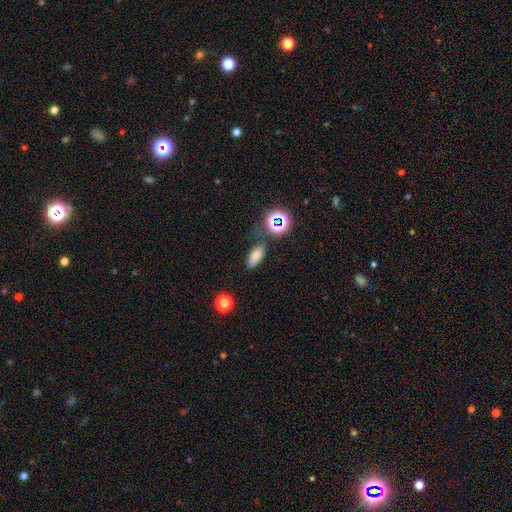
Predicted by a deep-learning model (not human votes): Overall: smooth (75%). How rounded: in between (77%). Merging: none (74%).